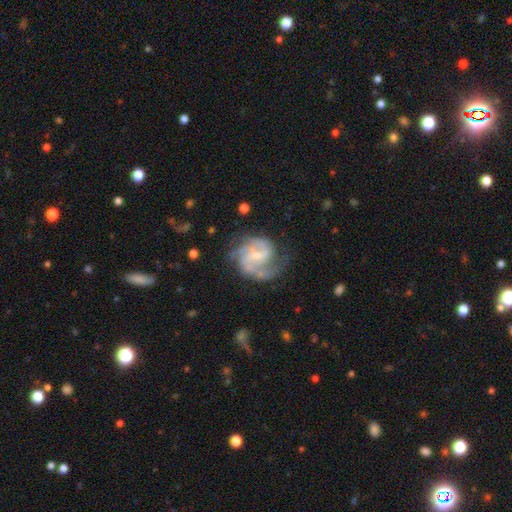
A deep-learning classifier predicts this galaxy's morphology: Smooth or featured? Predicted: featured or disk (p=0.87). Edge-on disk? Predicted: no (p=0.98). Bar? Predicted: weak (p=0.52). Spiral arms? Predicted: yes (p=0.97). Spiral winding? Predicted: medium (p=0.51). Spiral arm count? Predicted: 2 (p=0.47). Bulge size? Predicted: small (p=0.63). Merging? Predicted: none (p=0.63).